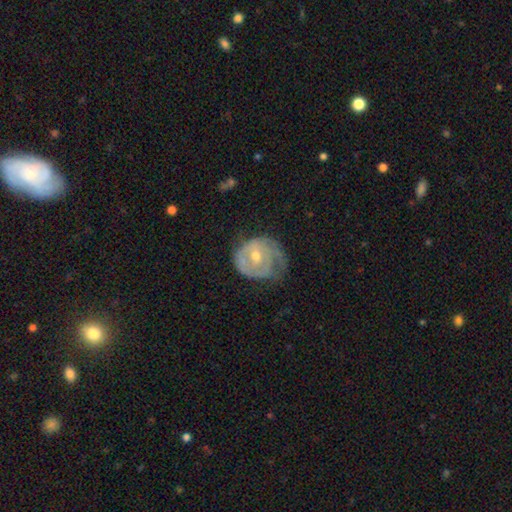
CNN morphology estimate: The model was most divided on "spiral arm count": can't tell: 34%, 2: 29%, 1: 19%, 3: 11%, 4: 3%, more than 4: 3%. Remaining: edge-on disk — no (97%); spiral arms — yes (80%); smooth or featured — featured or disk (72%); bar — no (65%); spiral winding — tight (63%); bulge size — moderate (61%); merging — none (48%).